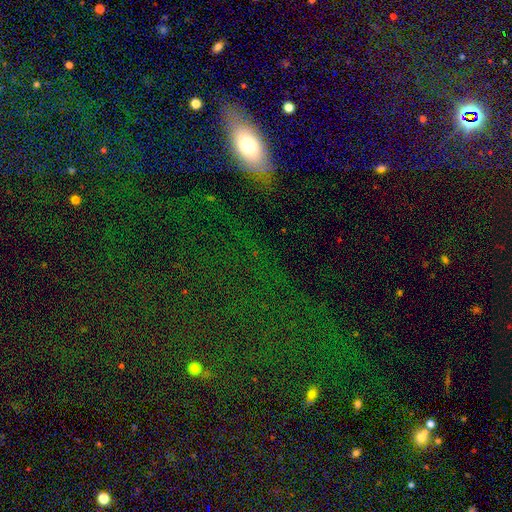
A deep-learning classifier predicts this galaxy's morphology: type=smooth (52%); roundness=in between (64%); merging=none (82%).